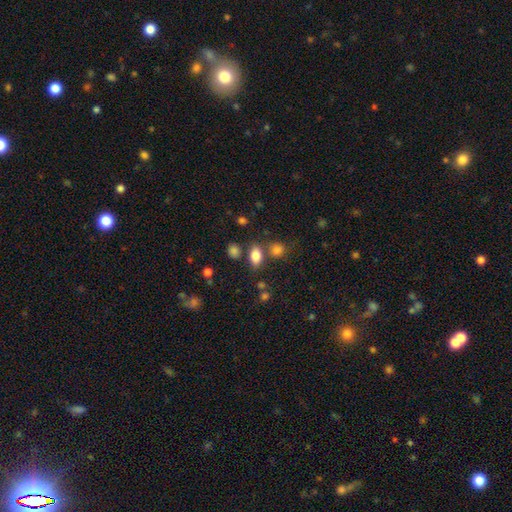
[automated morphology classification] type=smooth (82%); roundness=in between (82%); merging=none (69%).